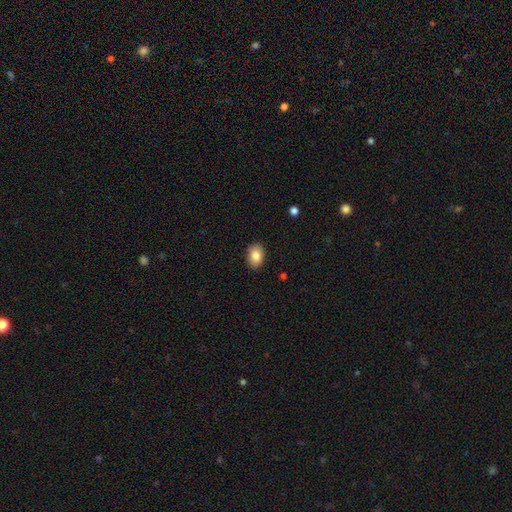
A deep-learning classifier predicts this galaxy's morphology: Overall: smooth (85%). How rounded: in between (82%). Merging: none (88%).